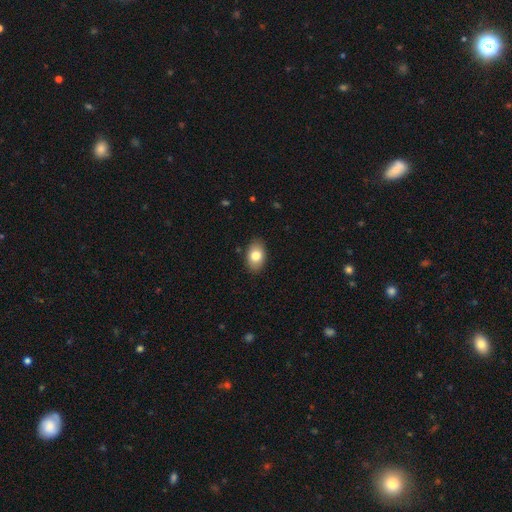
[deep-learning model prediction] Smooth or featured?
  - smooth: 80% *
  - featured or disk: 12%
  - star or artifact: 8%
How rounded?
  - in between: 85% *
  - round: 13%
  - cigar-shaped: 1%
Merging?
  - none: 87% *
  - minor disturbance: 10%
  - major disturbance: 2%
  - merger: 1%